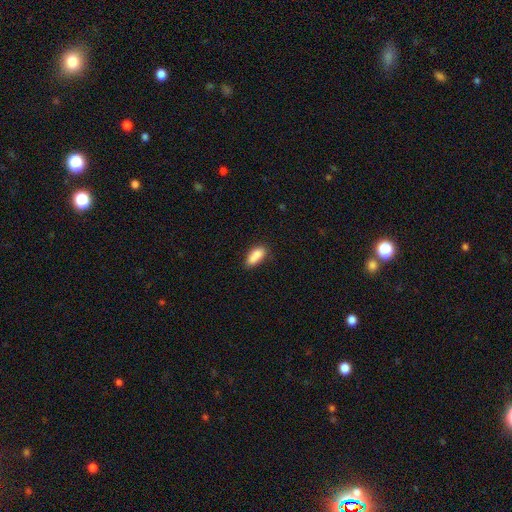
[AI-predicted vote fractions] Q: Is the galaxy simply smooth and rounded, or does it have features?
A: smooth — 84%.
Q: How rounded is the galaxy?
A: in between — 76%.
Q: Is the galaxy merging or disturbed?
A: none — 60%.